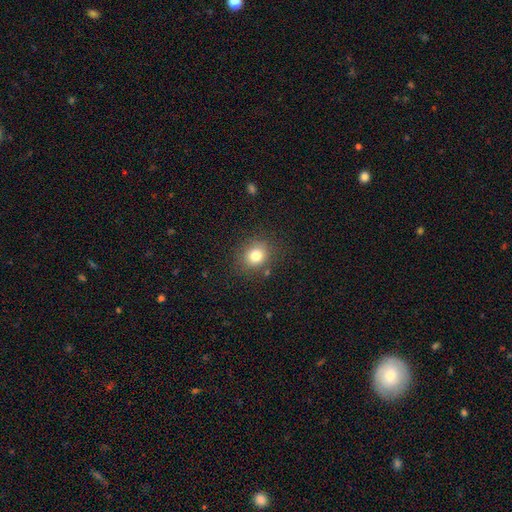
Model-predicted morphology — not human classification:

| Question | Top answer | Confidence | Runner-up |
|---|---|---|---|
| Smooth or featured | smooth | 80% | star or artifact (12%) |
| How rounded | round | 70% | in between (29%) |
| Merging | none | 83% | minor disturbance (11%) |